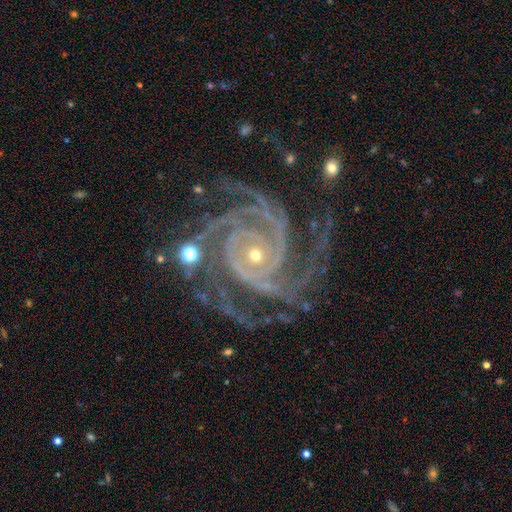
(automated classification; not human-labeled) The model was most divided on "spiral arm count": 4: 28%, 3: 26%, more than 4: 14%, 2: 13%, can't tell: 11%, 1: 8%. More confident: spiral arms — yes (99%); edge-on disk — no (98%); smooth or featured — featured or disk (93%); bulge size — small (74%); bar — no (71%); spiral winding — tight (70%); merging — none (67%).